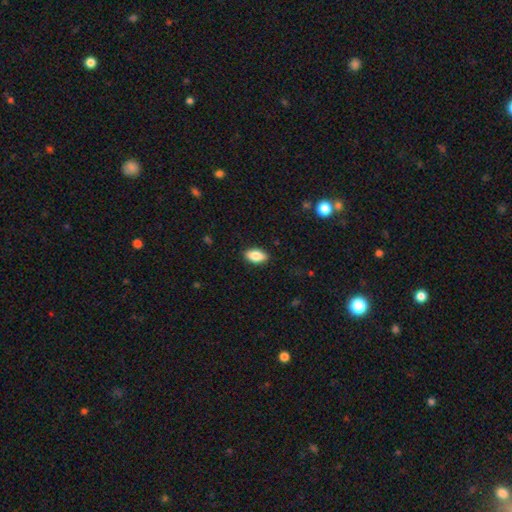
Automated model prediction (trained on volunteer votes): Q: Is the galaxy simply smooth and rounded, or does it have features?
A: smooth — 83%.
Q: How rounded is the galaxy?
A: in between — 91%.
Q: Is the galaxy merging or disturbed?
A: none — 88%.